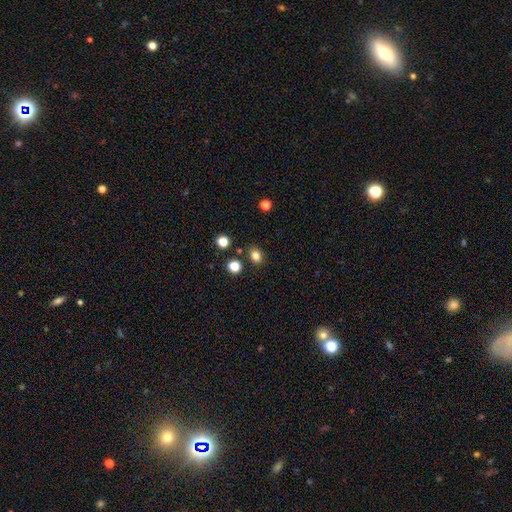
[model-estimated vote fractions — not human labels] smooth 81%, star or artifact 13%, featured or disk 5%. Down the decision tree: how rounded — round (50%); merging — none (84%).